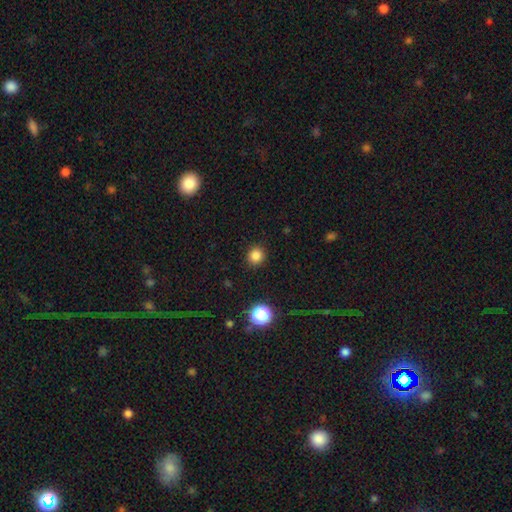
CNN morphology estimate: A smooth galaxy with no disk features (83%) that is round (91%). Merging: none (91%).